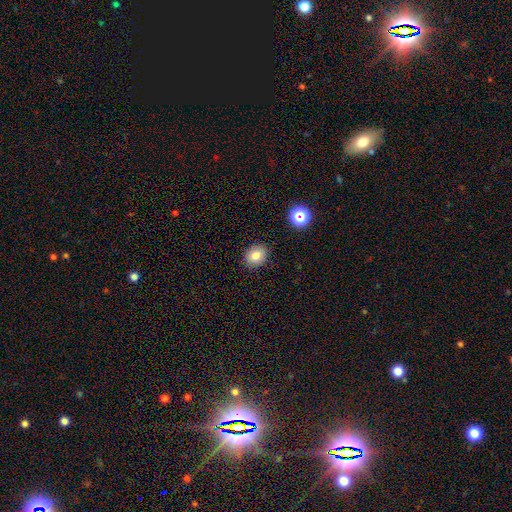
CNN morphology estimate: A smooth galaxy with no disk features (81%) that is round (60%). Merging: none (88%).